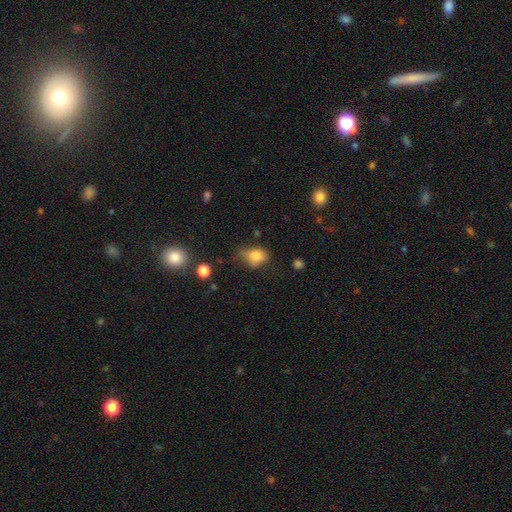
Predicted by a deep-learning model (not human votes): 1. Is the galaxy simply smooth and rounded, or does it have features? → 75% smooth, 13% featured or disk, 11% star or artifact.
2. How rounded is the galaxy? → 61% in between, 37% round, 2% cigar-shaped.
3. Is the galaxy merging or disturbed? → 38% minor disturbance (tied), 38% none (tied), 19% major disturbance, 5% merger.